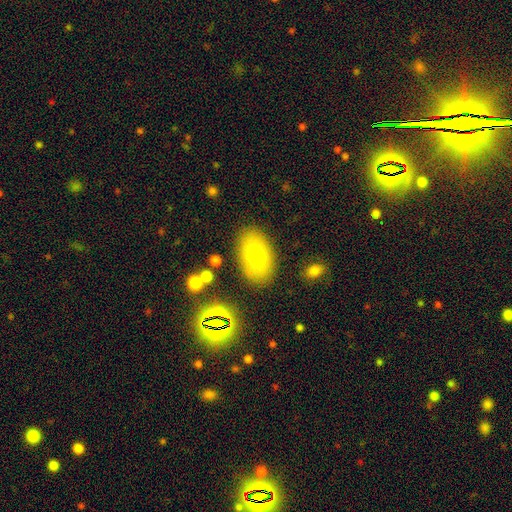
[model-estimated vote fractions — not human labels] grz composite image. It shows a smooth galaxy with no disk features (72%) that is in between round and cigar-shaped (89%). Merging: none (84%).